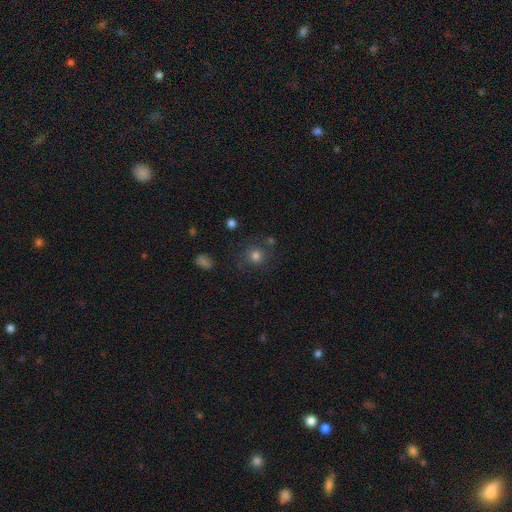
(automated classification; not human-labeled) smooth_or_featured: smooth (p=0.76) [alt: star or artifact p=0.14]
how_rounded: round (p=0.90) [alt: in between p=0.09]
merging: none (p=0.76) [alt: minor disturbance p=0.13]